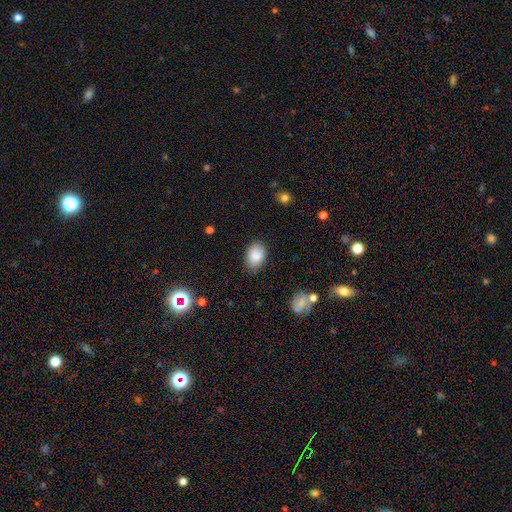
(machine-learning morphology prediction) smooth-or-featured: smooth: 86% | star or artifact: 8% | featured or disk: 6%
  how-rounded: in between: 81% | round: 18% | cigar-shaped: 1%
  merging: none: 79% | minor disturbance: 16% | major disturbance: 3% | merger: 1%